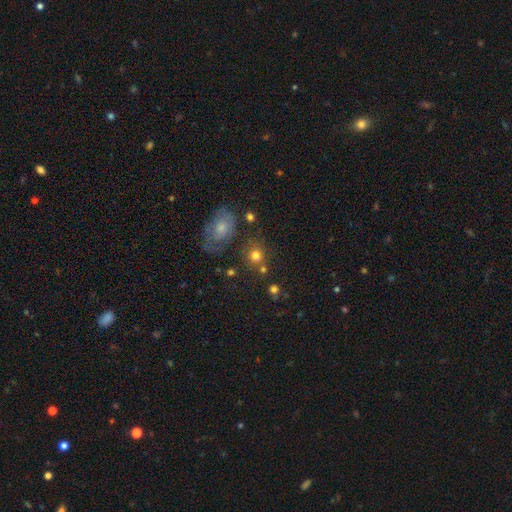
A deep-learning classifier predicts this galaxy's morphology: Smooth or featured? Predicted: smooth (p=0.76). How rounded? Predicted: round (p=0.82). Merging? Predicted: none (p=0.67).